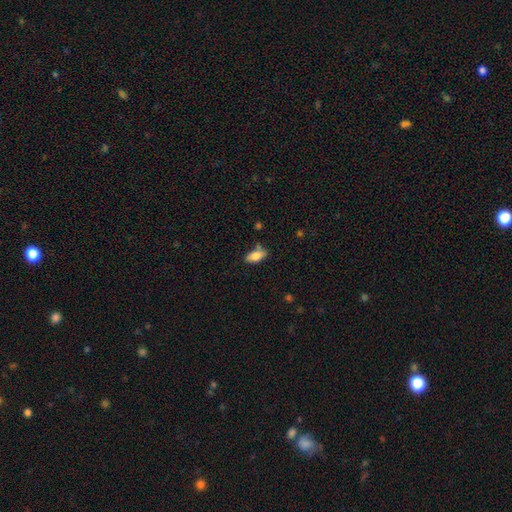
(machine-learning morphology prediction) Smooth or featured? smooth (80%)
How rounded? in between (86%)
Merging? none (65%)